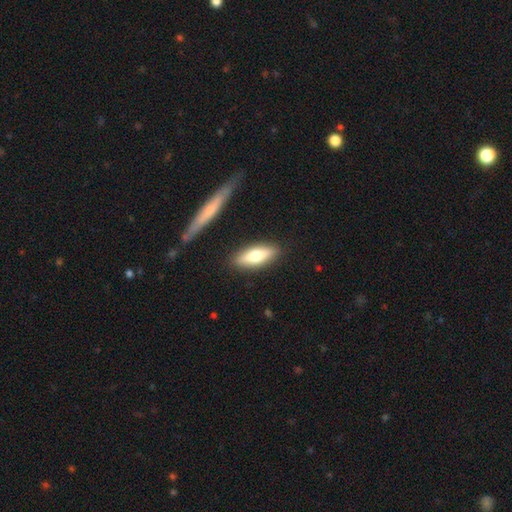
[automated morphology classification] smooth_or_featured: smooth (p=0.64) [alt: featured or disk p=0.30]
how_rounded: in between (p=0.60) [alt: cigar-shaped p=0.38]
merging: none (p=0.85) [alt: minor disturbance p=0.09]